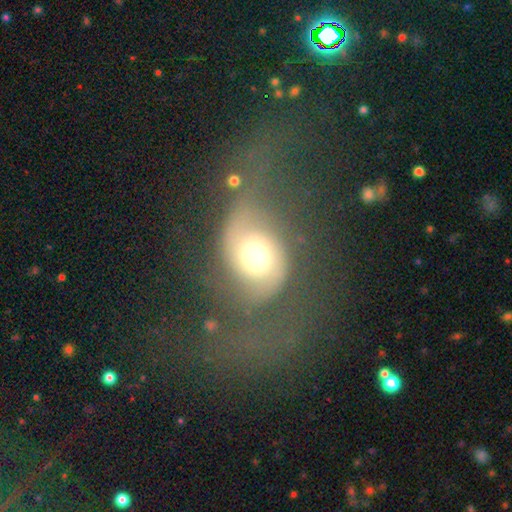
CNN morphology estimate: smooth_or_featured: featured or disk (p=0.73) [alt: smooth p=0.19]
disk_edge_on: no (p=0.97) [alt: yes p=0.03]
bar: no (p=0.63) [alt: weak p=0.28]
has_spiral_arms: yes (p=0.90) [alt: no p=0.10]
spiral_winding: loose (p=0.50) [alt: medium p=0.38]
spiral_arm_count: 2 (p=0.84) [alt: 1 p=0.08]
bulge_size: moderate (p=0.58) [alt: large p=0.29]
merging: none (p=0.43) [alt: major disturbance p=0.36]